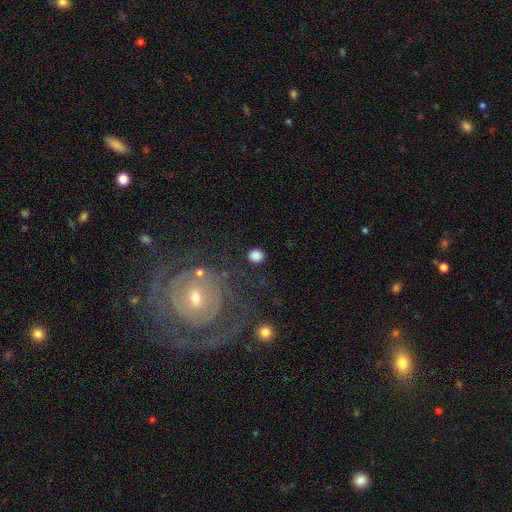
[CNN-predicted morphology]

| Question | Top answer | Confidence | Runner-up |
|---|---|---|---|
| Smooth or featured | smooth | 83% | star or artifact (10%) |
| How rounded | round | 83% | in between (16%) |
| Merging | none | 85% | minor disturbance (9%) |